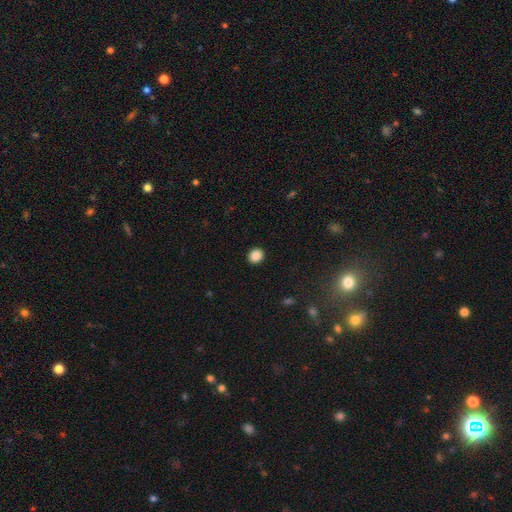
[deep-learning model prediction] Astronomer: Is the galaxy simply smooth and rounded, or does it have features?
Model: smooth — 87%.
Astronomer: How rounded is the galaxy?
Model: round — 73%.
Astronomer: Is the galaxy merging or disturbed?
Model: none — 92%.